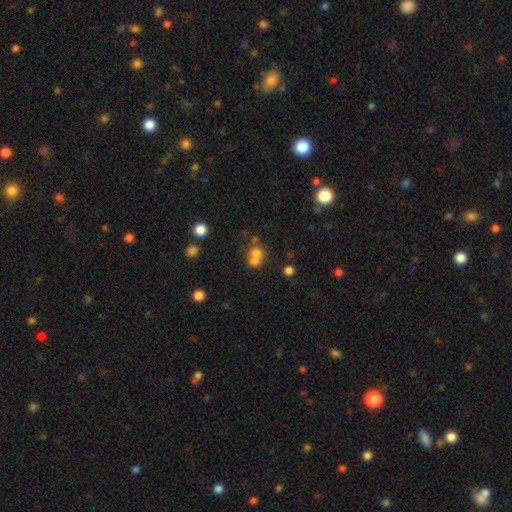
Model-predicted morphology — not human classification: Overall: smooth (68%). How rounded: round (76%). Merging: merger (55%; none 34%).